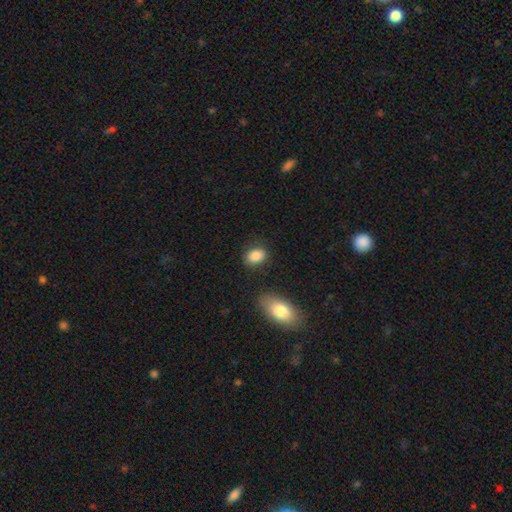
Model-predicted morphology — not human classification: The model was most divided on "how rounded": in between: 76%, round: 22%, cigar-shaped: 2%. More confident: smooth or featured — smooth (87%); merging — none (80%).